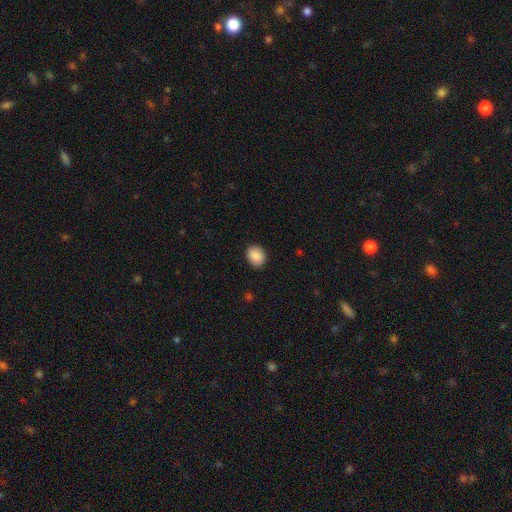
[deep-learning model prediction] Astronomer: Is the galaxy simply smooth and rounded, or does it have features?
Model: smooth — 89%.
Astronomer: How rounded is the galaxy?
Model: round — 51% (runner-up: in between, 48%).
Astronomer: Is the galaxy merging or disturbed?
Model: none — 88%.